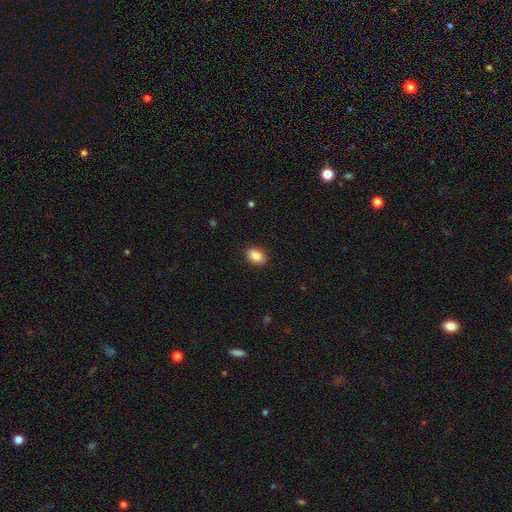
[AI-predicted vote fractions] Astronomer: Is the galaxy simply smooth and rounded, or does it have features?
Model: smooth — 87%.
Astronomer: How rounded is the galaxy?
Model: in between — 87%.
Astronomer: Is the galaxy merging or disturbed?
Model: none — 89%.